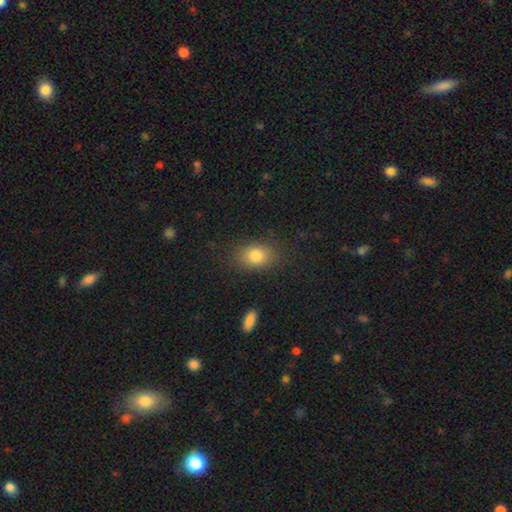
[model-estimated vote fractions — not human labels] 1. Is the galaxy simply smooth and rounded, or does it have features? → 83% smooth, 9% star or artifact, 8% featured or disk.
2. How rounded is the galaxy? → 73% in between, 25% round, 2% cigar-shaped.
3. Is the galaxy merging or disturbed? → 83% none, 12% minor disturbance, 4% major disturbance, 1% merger.